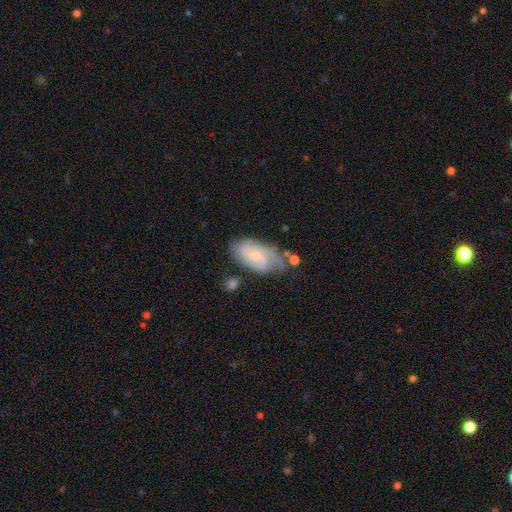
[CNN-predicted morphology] Smooth or featured?
  - featured or disk: 79% *
  - smooth: 15%
  - star or artifact: 6%
Edge-on disk?
  - no: 96% *
  - yes: 4%
Bar?
  - no: 53% *
  - weak: 39%
  - strong: 7%
Spiral arms?
  - yes: 95% *
  - no: 5%
Spiral winding?
  - tight: 49% *
  - medium: 39%
  - loose: 12%
Spiral arm count?
  - 2: 41% *
  - can't tell: 22%
  - 3: 21%
  - 1: 8%
  - 4: 5%
  - more than 4: 3%
Bulge size?
  - small: 67% *
  - moderate: 25%
  - none: 5%
  - large: 1%
  - dominant: 1%
Merging?
  - none: 57% *
  - minor disturbance: 25%
  - major disturbance: 11%
  - merger: 6%